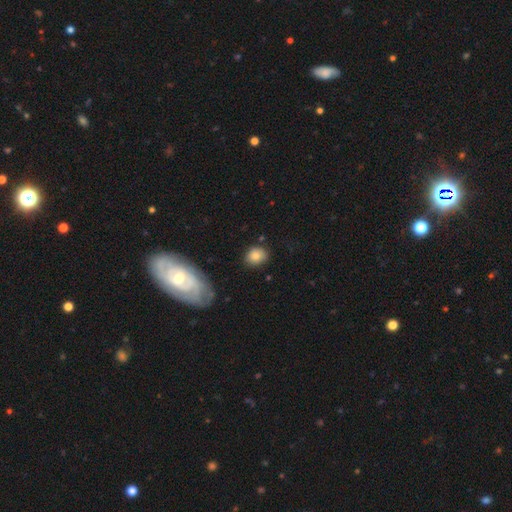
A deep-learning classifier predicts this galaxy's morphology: Smooth or featured?
  - smooth: 79% *
  - featured or disk: 11%
  - star or artifact: 10%
How rounded?
  - round: 64% *
  - in between: 35%
  - cigar-shaped: 1%
Merging?
  - none: 79% *
  - minor disturbance: 14%
  - major disturbance: 4%
  - merger: 3%